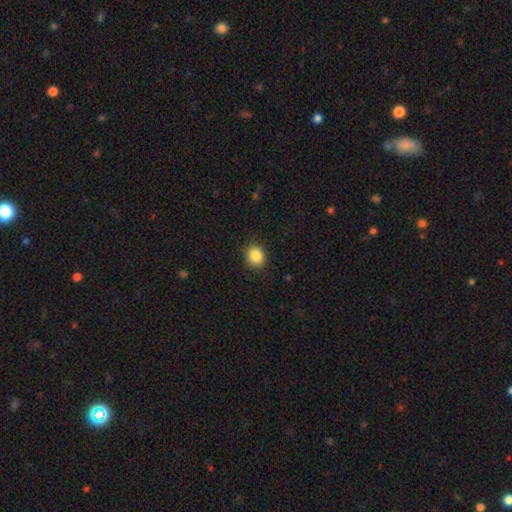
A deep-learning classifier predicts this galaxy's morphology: This is clearly a smooth galaxy (85%). How rounded: clearly round (81%). Merging: clearly none (86%).